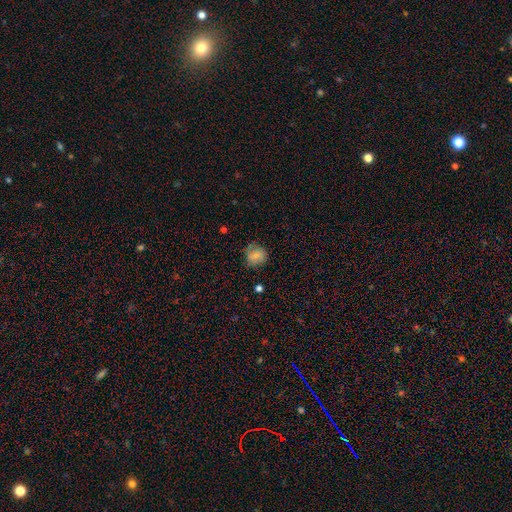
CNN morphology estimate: Smooth or featured?
  - smooth: 75% *
  - featured or disk: 15%
  - star or artifact: 9%
How rounded?
  - round: 80% *
  - in between: 19%
  - cigar-shaped: 1%
Merging?
  - none: 69% *
  - minor disturbance: 23%
  - major disturbance: 7%
  - merger: 2%